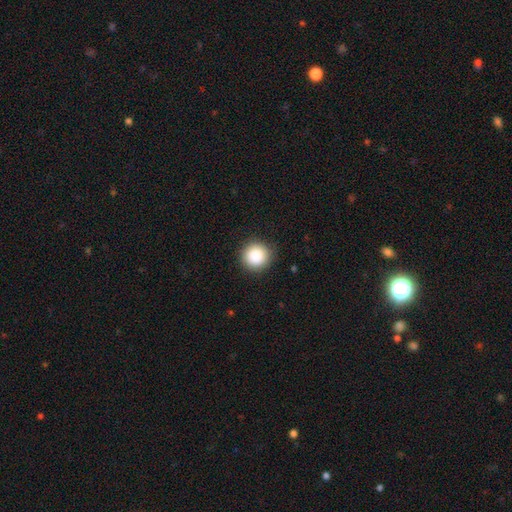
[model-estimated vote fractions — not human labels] Smooth or featured? smooth (88%)
How rounded? round (94%)
Merging? none (89%)